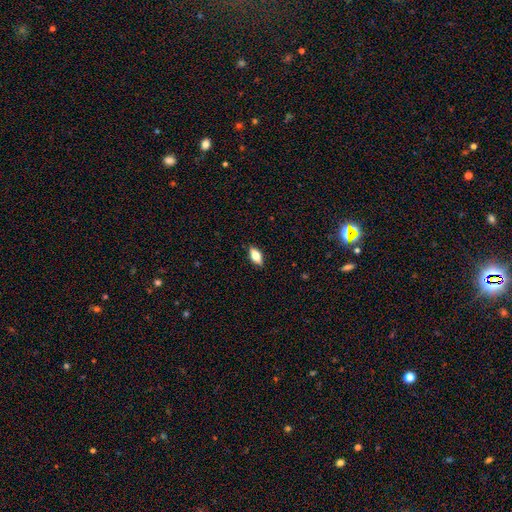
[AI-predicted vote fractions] Smooth or featured? Predicted: smooth (p=0.63). How rounded? Predicted: in between (p=0.81). Merging? Predicted: none (p=0.88).